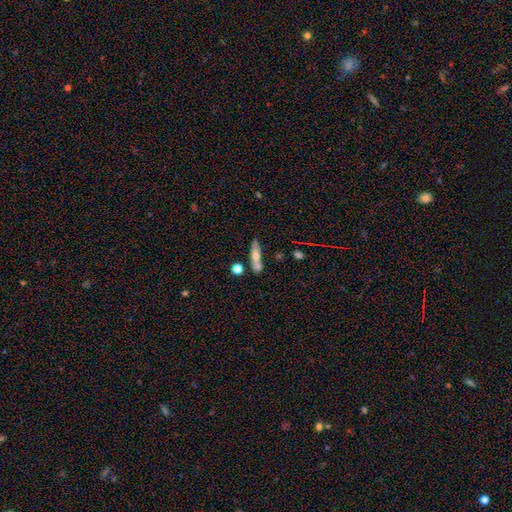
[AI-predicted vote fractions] Overall: smooth (59%; featured or disk 33%). How rounded: cigar-shaped (68%). Merging: none (63%).